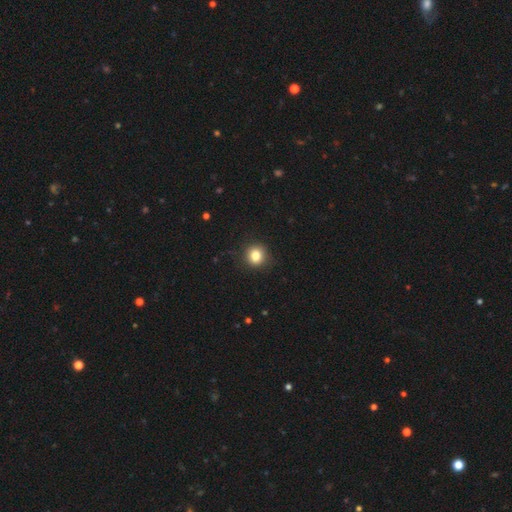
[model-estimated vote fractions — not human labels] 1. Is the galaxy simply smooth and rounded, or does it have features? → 83% smooth, 11% star or artifact, 6% featured or disk.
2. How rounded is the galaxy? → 90% round, 9% in between, 1% cigar-shaped.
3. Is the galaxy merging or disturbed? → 90% none, 7% minor disturbance, 2% major disturbance, 1% merger.